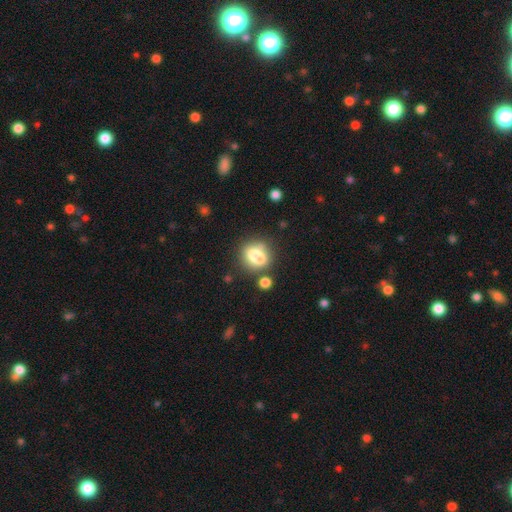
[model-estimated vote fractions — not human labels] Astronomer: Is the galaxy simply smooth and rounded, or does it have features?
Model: smooth — 75%.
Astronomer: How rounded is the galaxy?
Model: round — 50% (runner-up: in between, 46%).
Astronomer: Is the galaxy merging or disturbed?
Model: none — 67%.